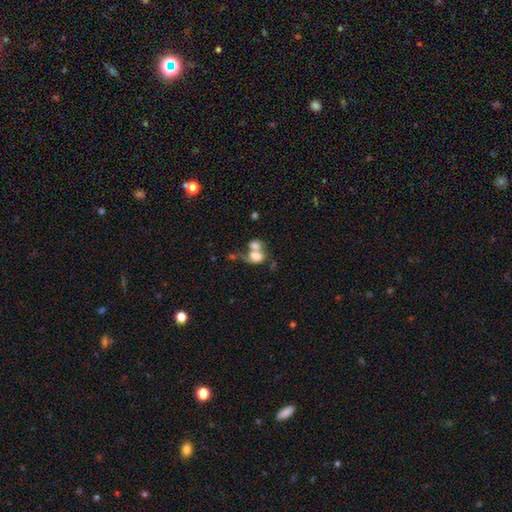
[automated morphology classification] This is likely a smooth galaxy (70%). How rounded: likely in between (65%). Merging: likely merger (67%).